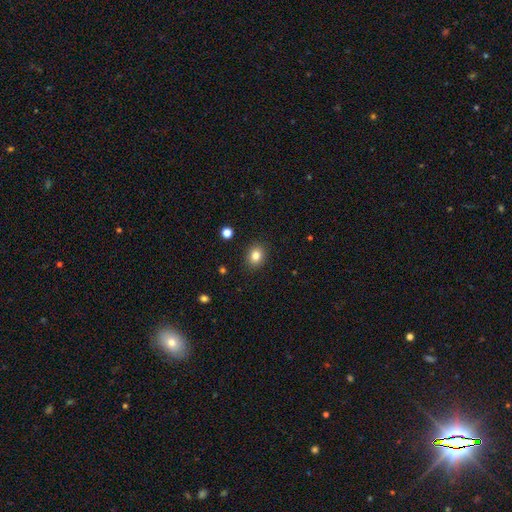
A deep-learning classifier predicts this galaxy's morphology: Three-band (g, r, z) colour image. It shows a smooth galaxy with no disk features (83%) that is round (54%). Merging: none (89%).